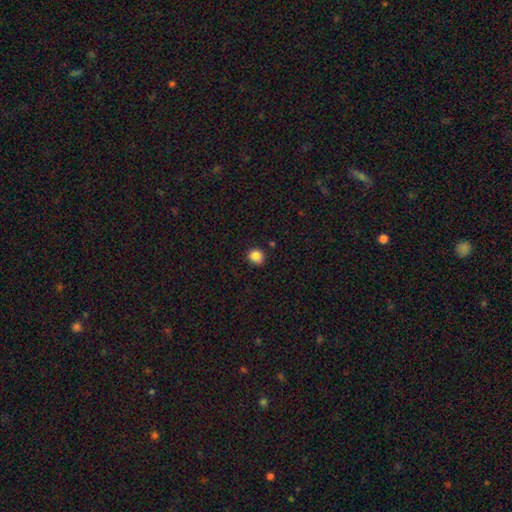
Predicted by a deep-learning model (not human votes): smooth-or-featured: smooth: 85% | star or artifact: 11% | featured or disk: 4%
  how-rounded: round: 84% | in between: 16% | cigar-shaped: 1%
  merging: none: 79% | minor disturbance: 16% | major disturbance: 3% | merger: 3%